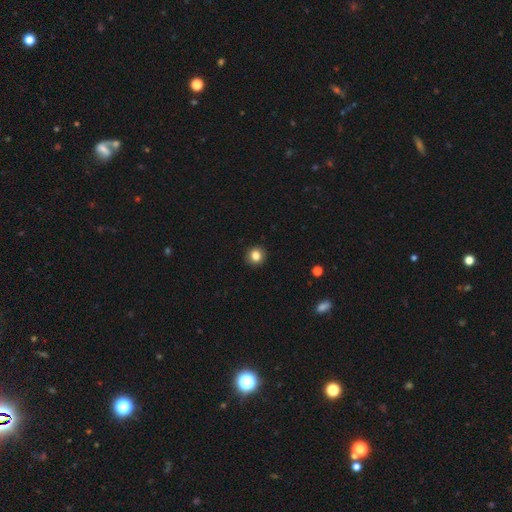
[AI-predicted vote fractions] Morphology: type=smooth (84%); roundness=round (91%); merging=none (92%).